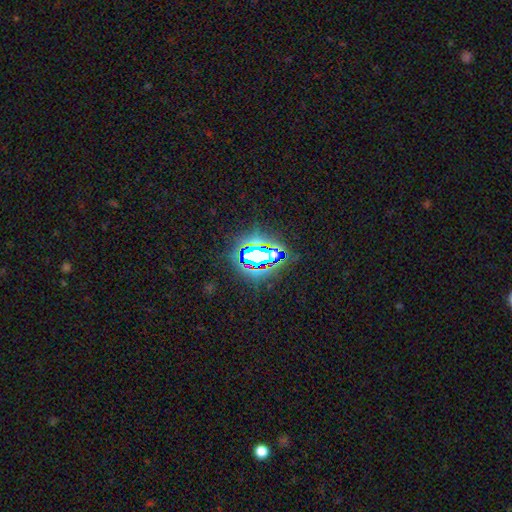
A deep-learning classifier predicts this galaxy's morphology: Smooth or featured: star or artifact — 69% (smooth — 18%)